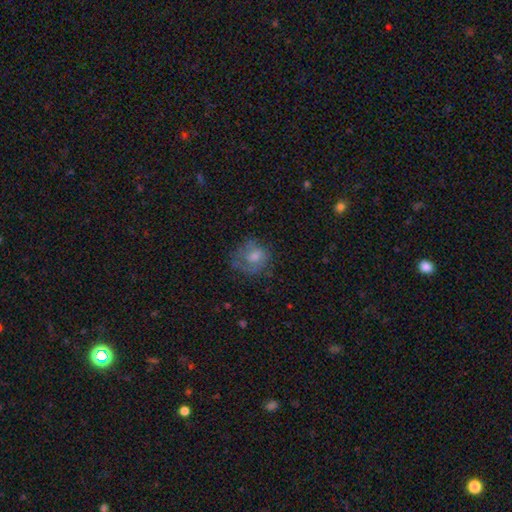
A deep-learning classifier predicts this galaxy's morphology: Smooth or featured? smooth (45%)
Merging? none (58%)